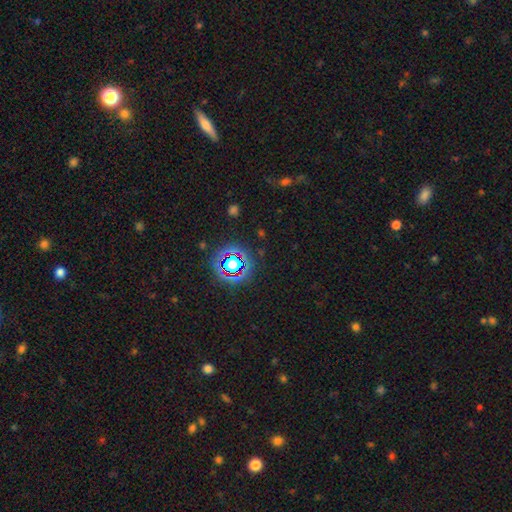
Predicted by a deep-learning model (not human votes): Overall: star or artifact (75%).